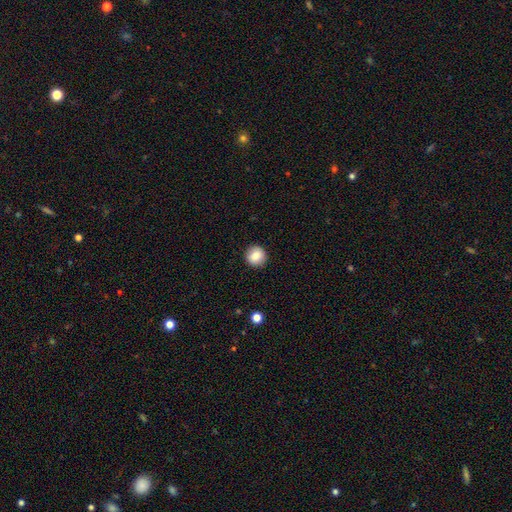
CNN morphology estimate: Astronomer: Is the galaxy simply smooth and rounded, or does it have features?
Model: smooth — 85%.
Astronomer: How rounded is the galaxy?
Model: round — 93%.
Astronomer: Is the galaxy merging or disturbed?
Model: none — 91%.